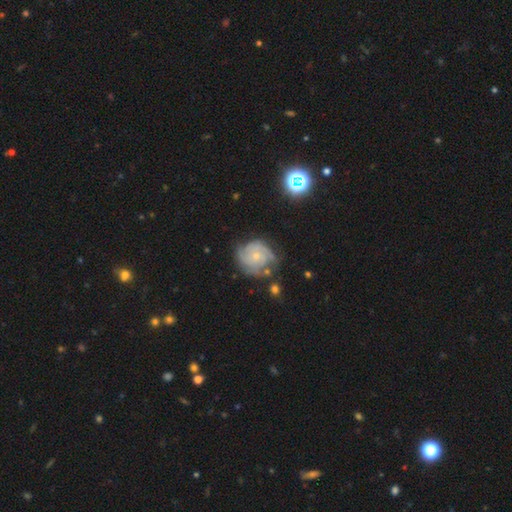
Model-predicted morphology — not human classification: Smooth or featured?
  - featured or disk: 72% *
  - smooth: 21%
  - star or artifact: 7%
Edge-on disk?
  - no: 98% *
  - yes: 2%
Bar?
  - no: 82% *
  - weak: 16%
  - strong: 3%
Spiral arms?
  - yes: 87% *
  - no: 13%
Spiral winding?
  - tight: 63% *
  - medium: 28%
  - loose: 9%
Spiral arm count?
  - can't tell: 35% *
  - 3: 25%
  - 2: 21%
  - 4: 9%
  - 1: 5%
  - more than 4: 5%
Bulge size?
  - small: 72% *
  - moderate: 24%
  - none: 2%
  - large: 1%
  - dominant: 1%
Merging?
  - none: 61% *
  - minor disturbance: 24%
  - major disturbance: 10%
  - merger: 5%